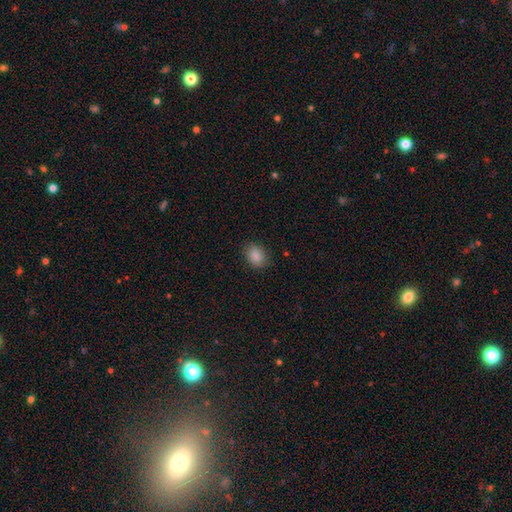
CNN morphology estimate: smooth 87%, star or artifact 8%, featured or disk 4%. Down the decision tree: how rounded — in between (70%); merging — none (82%).